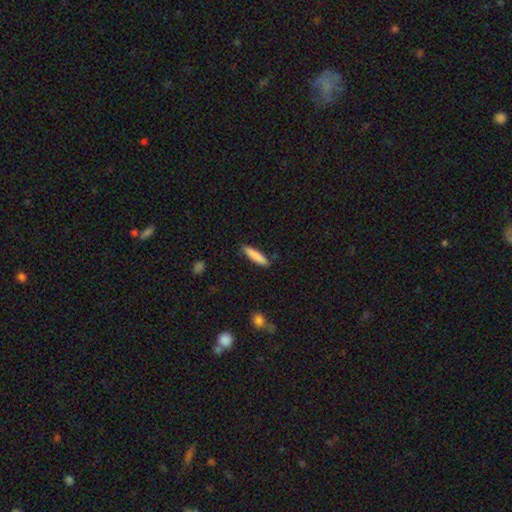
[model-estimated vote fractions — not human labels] smooth_or_featured: smooth (p=0.84) [alt: featured or disk p=0.10]
how_rounded: cigar-shaped (p=0.84) [alt: in between p=0.15]
merging: none (p=0.87) [alt: minor disturbance p=0.10]